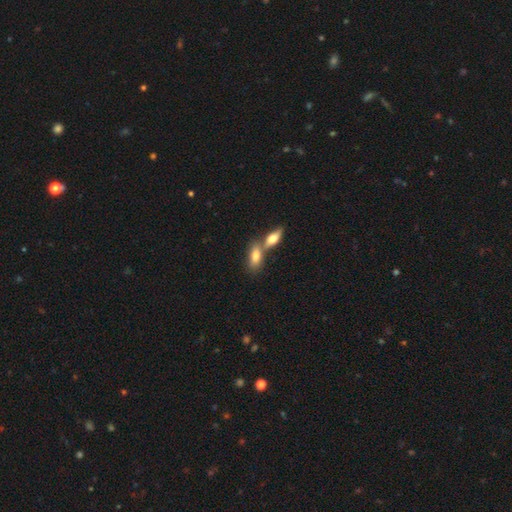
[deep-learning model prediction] A smooth galaxy with no disk features (74%) that is in between round and cigar-shaped (83%). Merging: merger (54%).